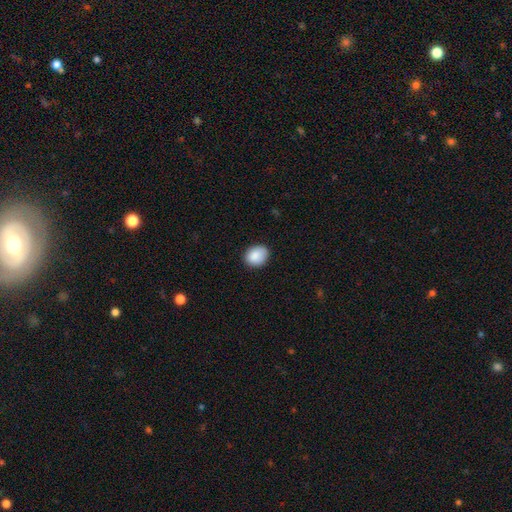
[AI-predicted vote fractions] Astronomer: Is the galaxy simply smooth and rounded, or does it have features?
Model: smooth — 88%.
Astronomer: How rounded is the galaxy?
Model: in between — 52% (runner-up: round, 47%).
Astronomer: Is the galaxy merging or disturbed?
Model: none — 83%.